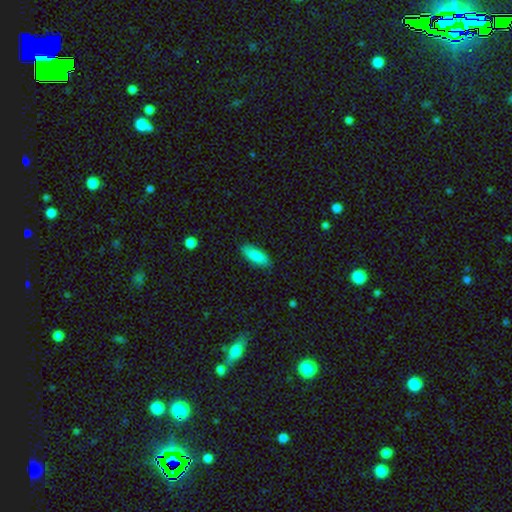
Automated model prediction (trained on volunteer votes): smooth_or_featured: smooth (p=0.87) [alt: featured or disk p=0.07]
how_rounded: in between (p=0.73) [alt: cigar-shaped p=0.25]
merging: none (p=0.86) [alt: minor disturbance p=0.11]